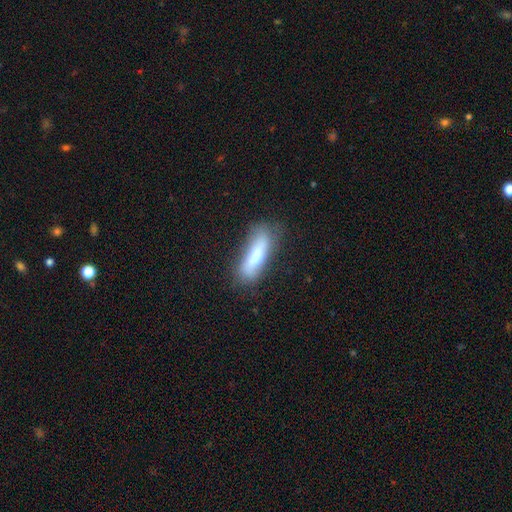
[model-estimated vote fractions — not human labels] Q: Smooth or featured?
A: smooth (75%); runner-up: featured or disk (18%)
Q: How rounded?
A: cigar-shaped (64%); runner-up: in between (34%)
Q: Merging?
A: none (64%); runner-up: minor disturbance (24%)